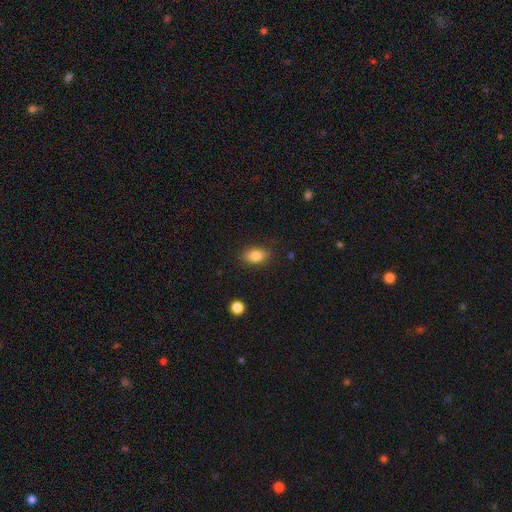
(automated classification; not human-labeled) A smooth galaxy with no disk features (83%) that is in between round and cigar-shaped (84%).

Vote fractions:
- Smooth or featured? smooth: 83% / star or artifact: 9% / featured or disk: 8%
- How rounded? in between: 84% / round: 13% / cigar-shaped: 3%
- Merging? none: 83% / minor disturbance: 13% / major disturbance: 3% / merger: 1%